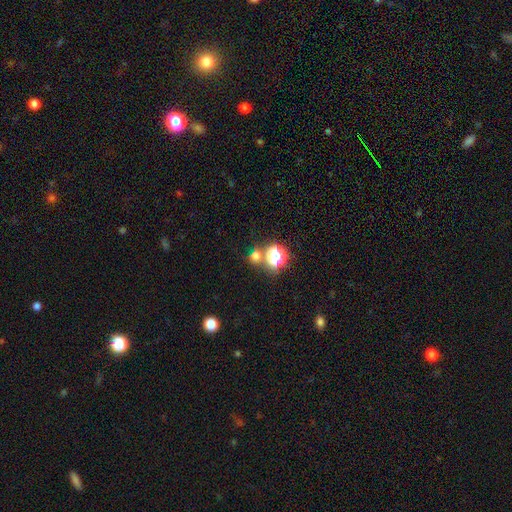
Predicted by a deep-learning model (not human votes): This is possibly a smooth galaxy (60%). How rounded: clearly round (84%). Merging: likely none (70%).